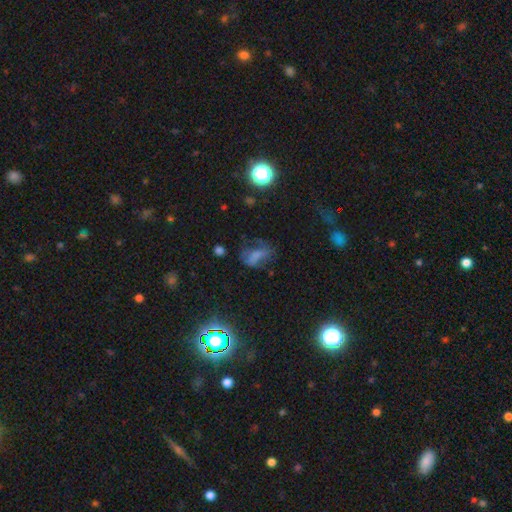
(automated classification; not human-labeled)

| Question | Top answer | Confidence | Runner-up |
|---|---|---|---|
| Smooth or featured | smooth | 48% | featured or disk (29%) |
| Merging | major disturbance | 38% | none (34%) |